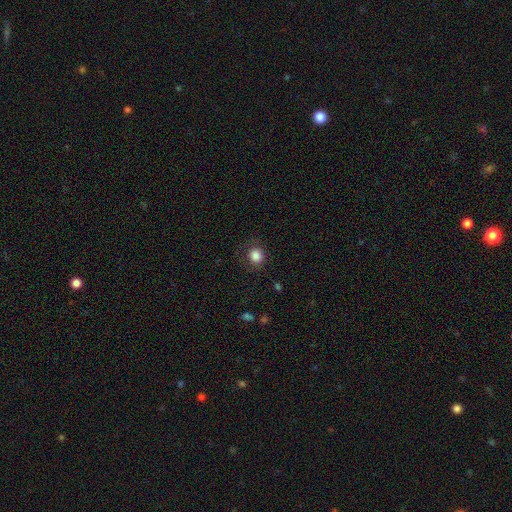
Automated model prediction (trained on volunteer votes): smooth_or_featured: smooth (p=0.85) [alt: star or artifact p=0.10]
how_rounded: round (p=0.84) [alt: in between p=0.15]
merging: none (p=0.81) [alt: minor disturbance p=0.12]